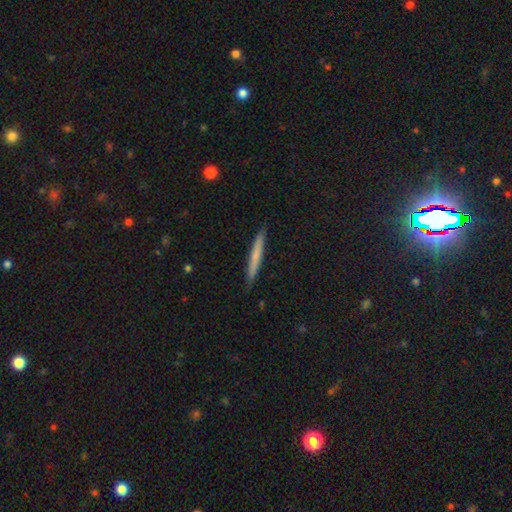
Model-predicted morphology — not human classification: Smooth or featured: smooth — 65% (featured or disk — 29%)
How rounded: cigar-shaped — 96% (in between — 2%)
Merging: none — 89% (minor disturbance — 8%)